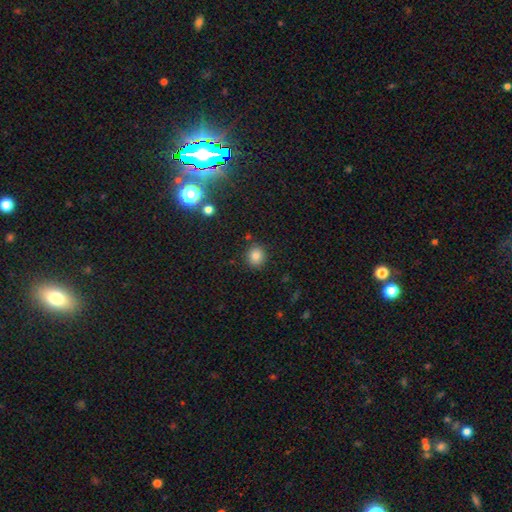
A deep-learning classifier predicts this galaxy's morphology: smooth_or_featured: smooth (p=0.82) [alt: star or artifact p=0.12]
how_rounded: round (p=0.83) [alt: in between p=0.16]
merging: none (p=0.87) [alt: minor disturbance p=0.08]